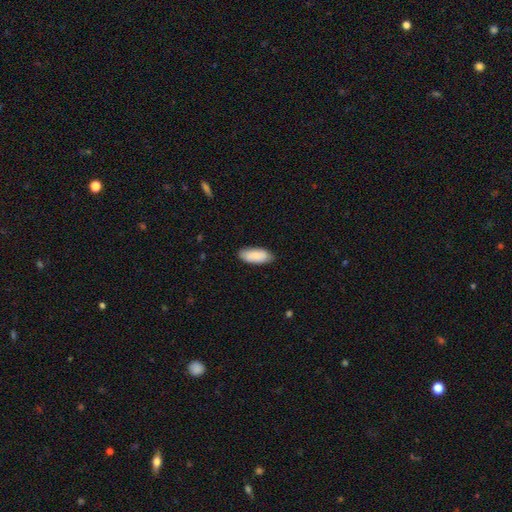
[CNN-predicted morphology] A smooth galaxy with no disk features (88%) that is in between round and cigar-shaped (86%).

Vote fractions:
- Smooth or featured? smooth: 88% / featured or disk: 6% / star or artifact: 5%
- How rounded? in between: 86% / cigar-shaped: 13% / round: 2%
- Merging? none: 84% / minor disturbance: 13% / major disturbance: 2% / merger: 1%